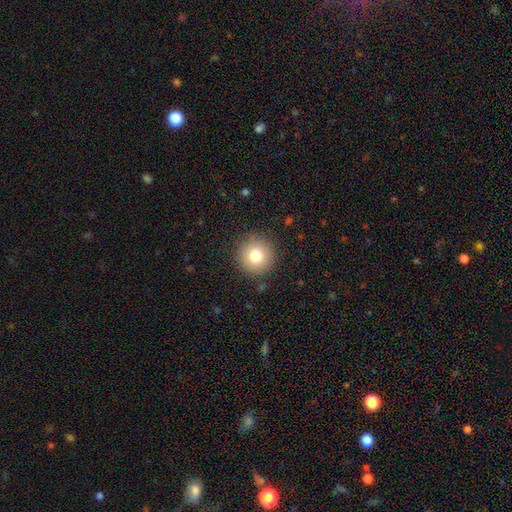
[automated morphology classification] Smooth or featured?
  - smooth: 78% *
  - featured or disk: 11%
  - star or artifact: 11%
How rounded?
  - round: 96% *
  - in between: 4%
  - cigar-shaped: 1%
Merging?
  - none: 90% *
  - minor disturbance: 7%
  - major disturbance: 2%
  - merger: 1%